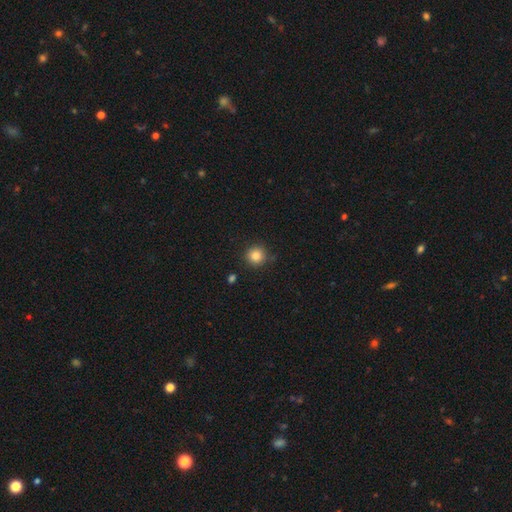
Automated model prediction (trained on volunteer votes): This appears to be a smooth galaxy with no disk features (83%) that is round (94%). Merging: none (87%).